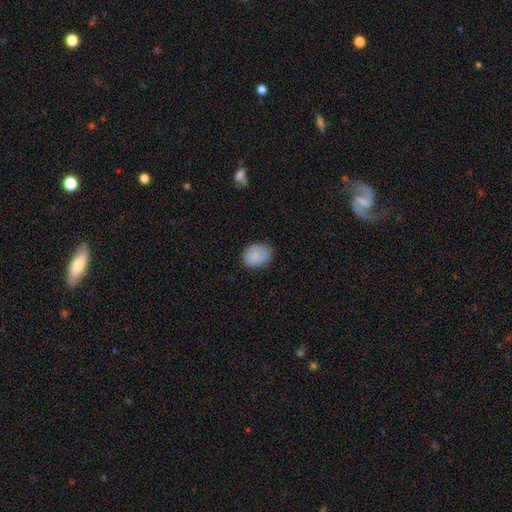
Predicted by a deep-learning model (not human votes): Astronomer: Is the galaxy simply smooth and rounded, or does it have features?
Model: smooth — 87%.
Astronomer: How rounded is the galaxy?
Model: in between — 62% (runner-up: round, 38%).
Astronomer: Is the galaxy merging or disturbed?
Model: none — 78%.